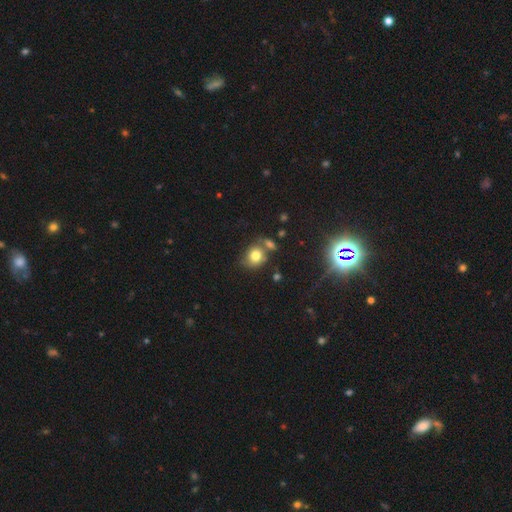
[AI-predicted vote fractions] Q: Smooth or featured?
A: smooth (77%); runner-up: star or artifact (12%)
Q: How rounded?
A: round (70%); runner-up: in between (29%)
Q: Merging?
A: none (57%); runner-up: merger (21%)